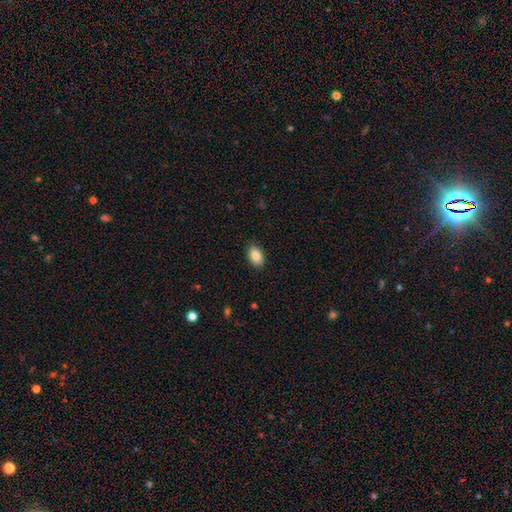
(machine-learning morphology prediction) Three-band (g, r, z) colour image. It shows a smooth galaxy with no disk features (87%) that is in between round and cigar-shaped (90%). Merging: none (89%).